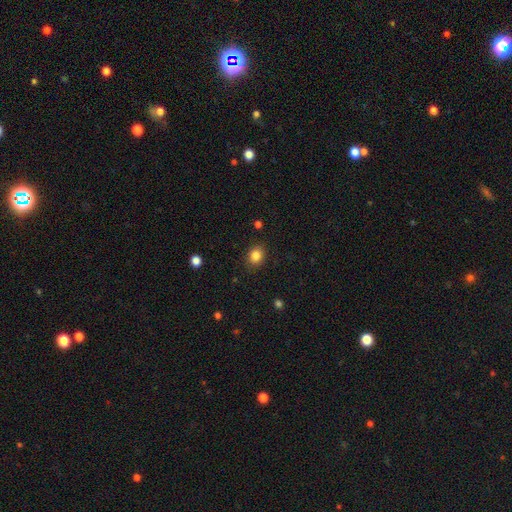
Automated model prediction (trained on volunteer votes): A smooth galaxy with no disk features (84%) that is round (61%).

Vote fractions:
- Smooth or featured? smooth: 84% / star or artifact: 11% / featured or disk: 5%
- How rounded? round: 61% / in between: 38% / cigar-shaped: 1%
- Merging? none: 88% / minor disturbance: 9% / major disturbance: 2% / merger: 1%